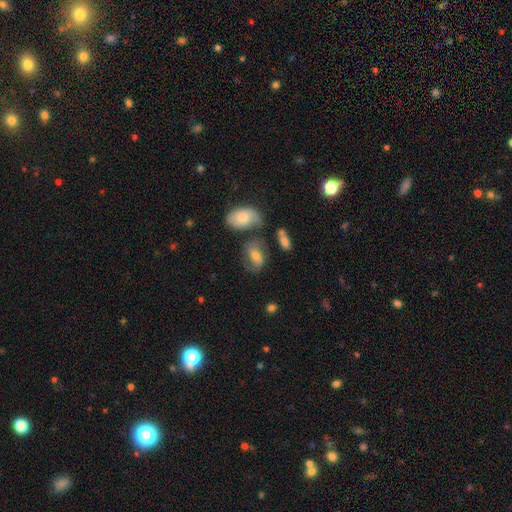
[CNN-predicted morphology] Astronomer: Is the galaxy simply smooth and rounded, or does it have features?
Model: smooth — 51% (runner-up: featured or disk, 40%).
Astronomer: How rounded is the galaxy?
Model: in between — 77%.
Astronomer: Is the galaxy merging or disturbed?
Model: none — 52%.